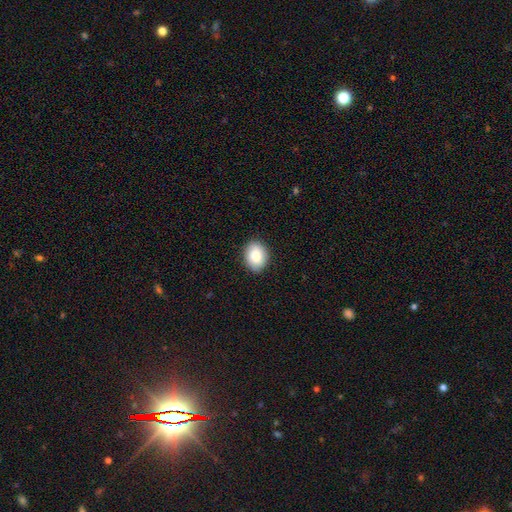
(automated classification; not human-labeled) Smooth or featured: smooth — 83% (featured or disk — 9%)
How rounded: in between — 62% (round — 37%)
Merging: none — 88% (minor disturbance — 9%)